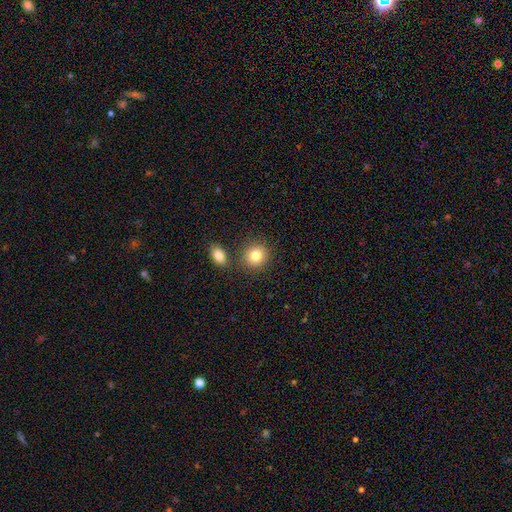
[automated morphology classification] The model was most divided on "how rounded": round: 83%, in between: 16%, cigar-shaped: 1%. More confident: smooth or featured — smooth (83%); merging — none (78%).